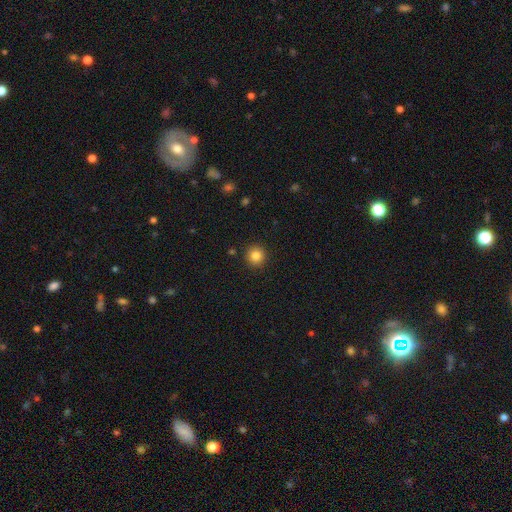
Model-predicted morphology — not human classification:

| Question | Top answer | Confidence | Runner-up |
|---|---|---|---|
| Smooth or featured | smooth | 84% | star or artifact (11%) |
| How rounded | round | 94% | in between (5%) |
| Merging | none | 92% | minor disturbance (5%) |